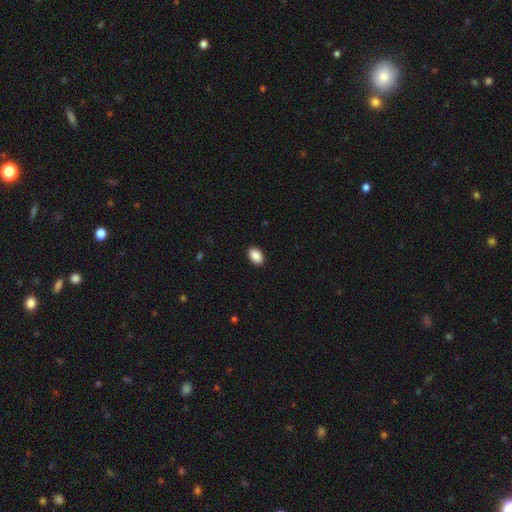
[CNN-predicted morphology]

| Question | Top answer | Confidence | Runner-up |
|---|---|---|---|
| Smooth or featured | smooth | 90% | star or artifact (7%) |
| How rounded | in between | 87% | round (11%) |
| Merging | none | 91% | minor disturbance (7%) |